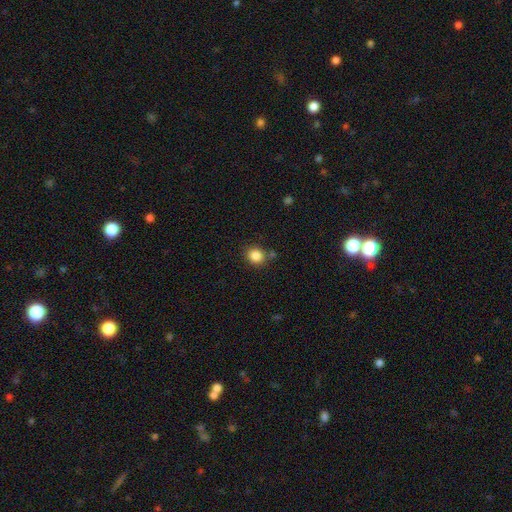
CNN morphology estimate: Smooth or featured? smooth (85%)
How rounded? round (84%)
Merging? none (78%)